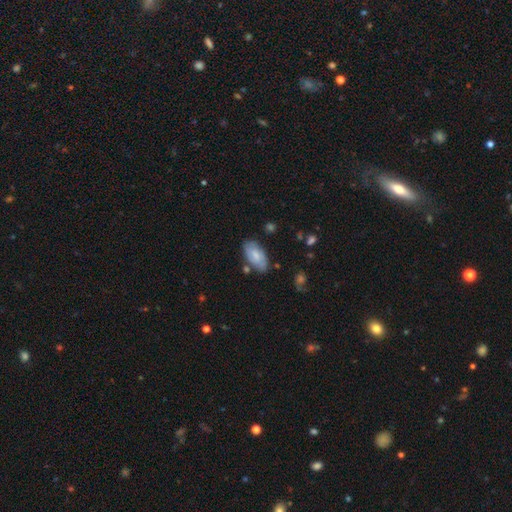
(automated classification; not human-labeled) smooth-or-featured: smooth: 67% | featured or disk: 27% | star or artifact: 7%
  how-rounded: in between: 92% | cigar-shaped: 5% | round: 3%
  merging: none: 73% | minor disturbance: 18% | merger: 5% | major disturbance: 4%